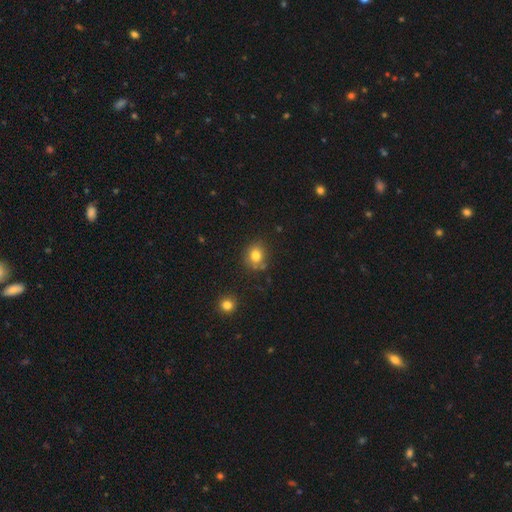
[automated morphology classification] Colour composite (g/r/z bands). It shows a smooth galaxy with no disk features (79%) that is round (76%). Merging: none (77%).